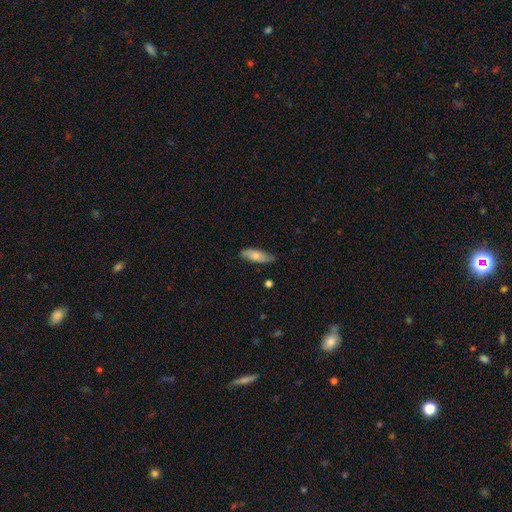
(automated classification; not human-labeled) This appears to be a smooth galaxy with no disk features (67%) that is in between round and cigar-shaped (66%). Merging: none (76%).